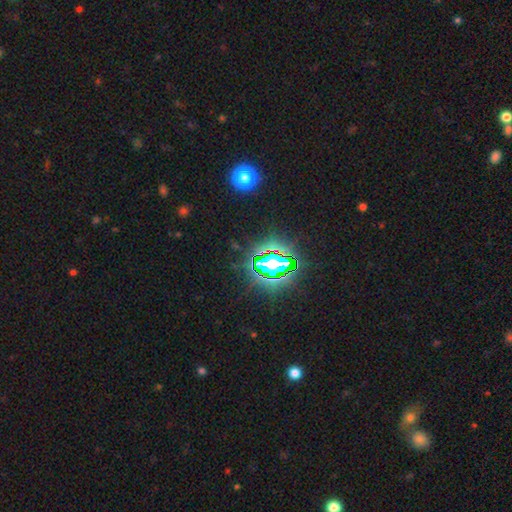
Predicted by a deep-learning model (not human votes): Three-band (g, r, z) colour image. It shows a star or artifact, not a galaxy (77%).